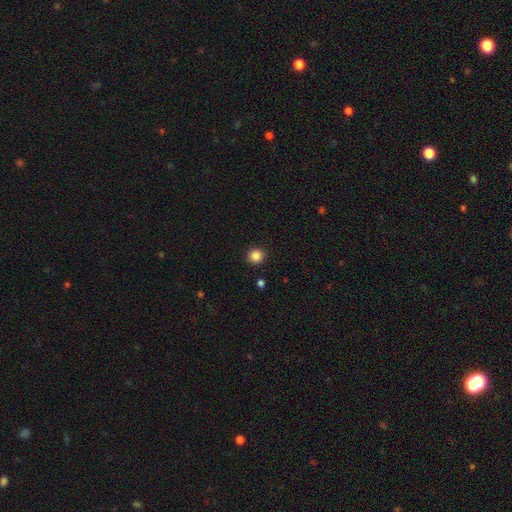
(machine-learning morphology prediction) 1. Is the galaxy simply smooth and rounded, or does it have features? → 86% smooth, 10% star or artifact, 3% featured or disk.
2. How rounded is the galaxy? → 93% round, 6% in between, 1% cigar-shaped.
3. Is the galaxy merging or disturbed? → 92% none, 5% minor disturbance, 2% major disturbance, 1% merger.